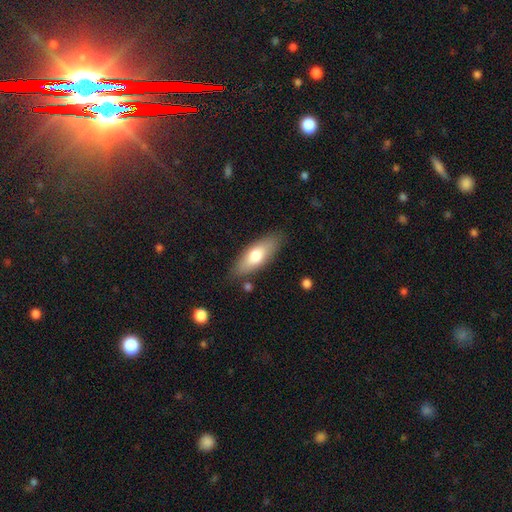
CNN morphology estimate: The model was most divided on "how rounded": in between: 69%, cigar-shaped: 29%, round: 2%. More confident: merging — none (83%); smooth or featured — smooth (69%).